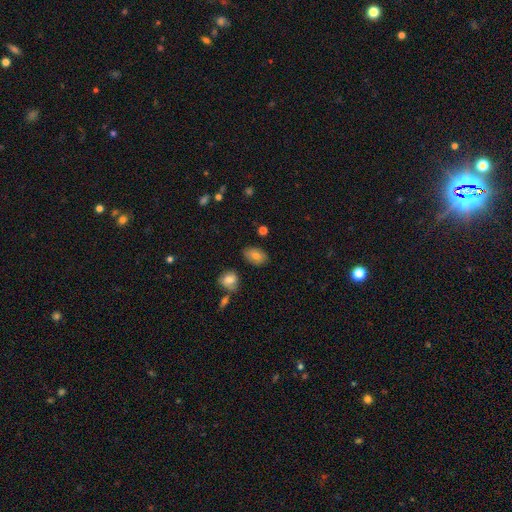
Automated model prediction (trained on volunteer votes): Smooth or featured?
  - smooth: 73% *
  - featured or disk: 18%
  - star or artifact: 9%
How rounded?
  - in between: 85% *
  - round: 14%
  - cigar-shaped: 1%
Merging?
  - none: 77% *
  - minor disturbance: 16%
  - merger: 4%
  - major disturbance: 3%